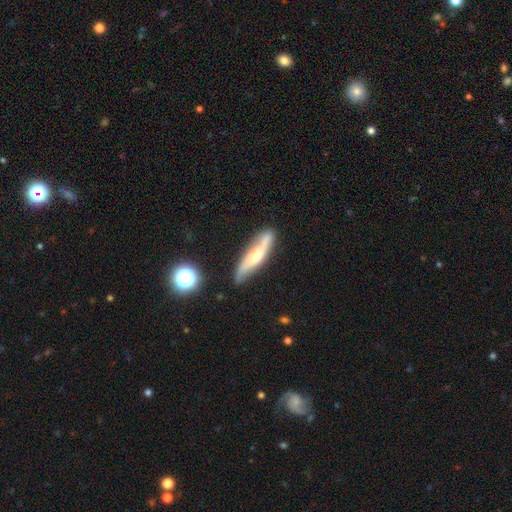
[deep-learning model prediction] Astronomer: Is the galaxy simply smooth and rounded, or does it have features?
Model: featured or disk — 56% (runner-up: smooth, 36%).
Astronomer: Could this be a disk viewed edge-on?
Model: yes — 53% (runner-up: no, 47%).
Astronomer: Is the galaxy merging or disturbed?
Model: none — 68%.